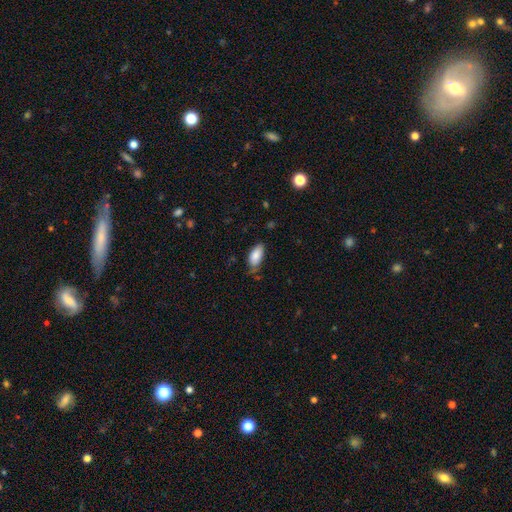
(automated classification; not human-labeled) The model was most divided on "merging": none: 63%, minor disturbance: 29%, major disturbance: 6%, merger: 3%. More confident: how rounded — in between (92%); smooth or featured — smooth (85%).